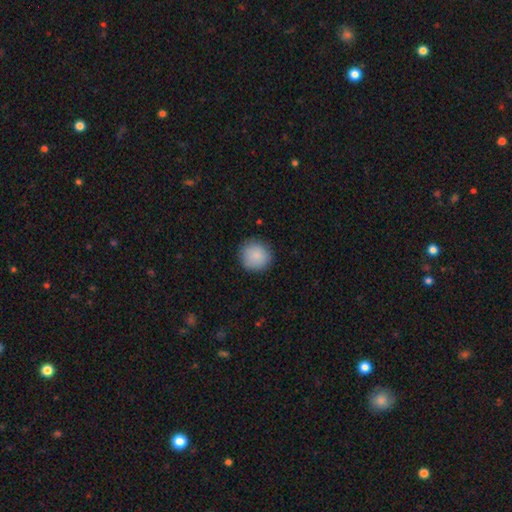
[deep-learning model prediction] Q: Smooth or featured?
A: smooth (87%); runner-up: star or artifact (8%)
Q: How rounded?
A: round (92%); runner-up: in between (7%)
Q: Merging?
A: none (87%); runner-up: minor disturbance (10%)